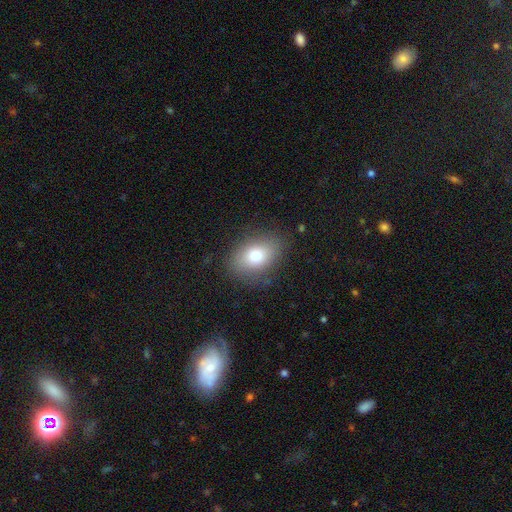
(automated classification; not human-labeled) A smooth galaxy with no disk features (77%) that is in between round and cigar-shaped (80%). Merging: none (83%).